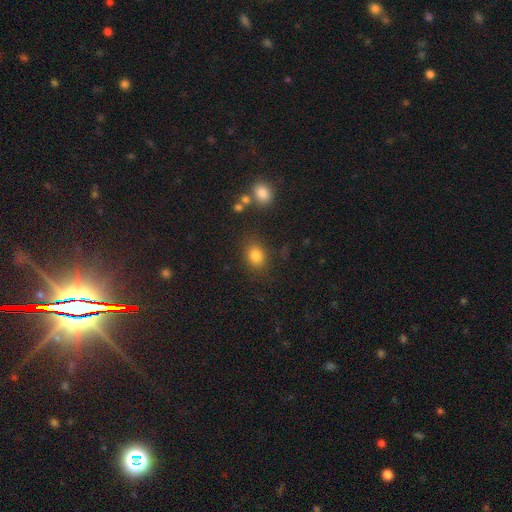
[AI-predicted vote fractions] Morphology: type=smooth (82%); roundness=in between (51%); merging=none (81%).